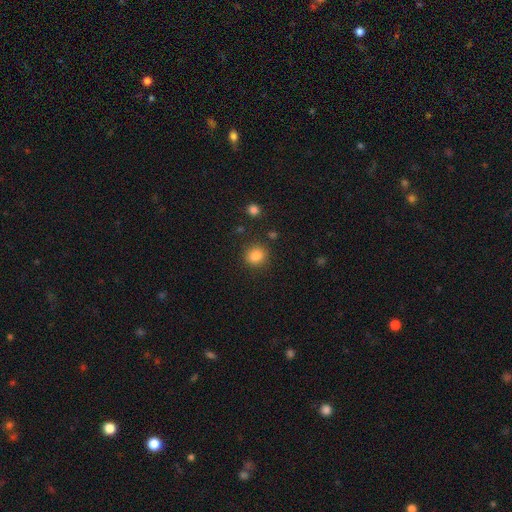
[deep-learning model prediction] This is clearly a smooth galaxy (85%). How rounded: likely round (79%). Merging: clearly none (85%).